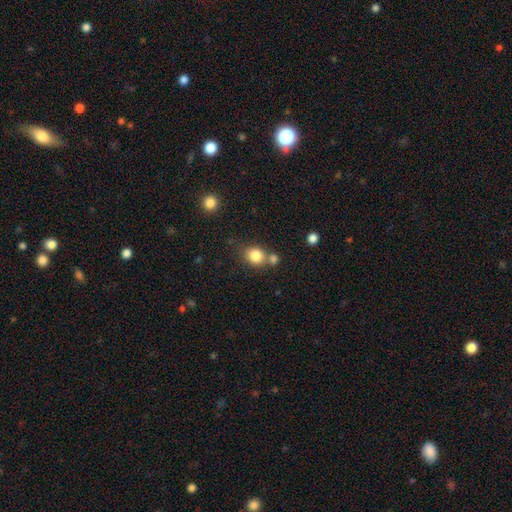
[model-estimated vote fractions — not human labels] This appears to be a smooth galaxy with no disk features (83%) that is round (74%). Merging: none (58%).